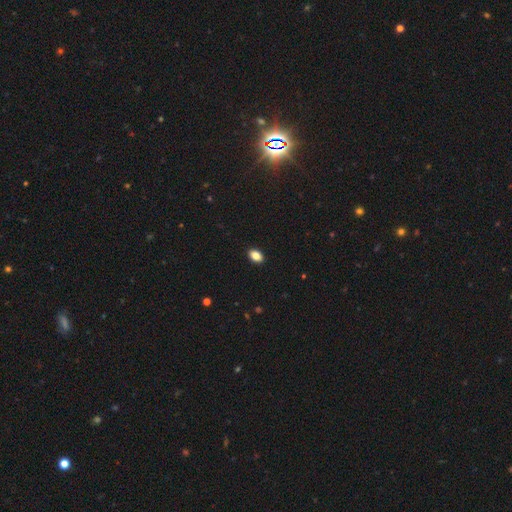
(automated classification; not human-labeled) A smooth galaxy with no disk features (86%) that is in between round and cigar-shaped (87%). Merging: none (91%).